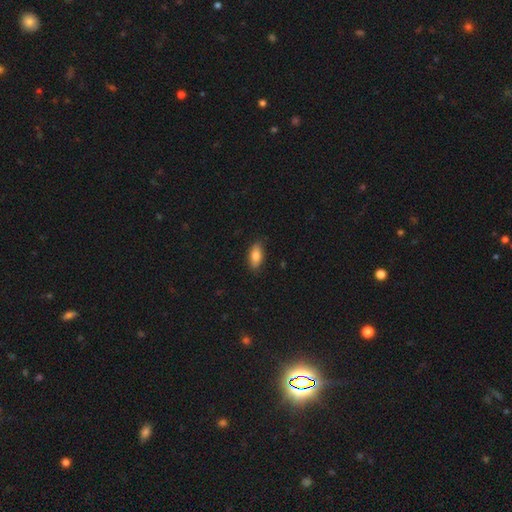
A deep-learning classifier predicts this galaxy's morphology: A smooth galaxy with no disk features (84%) that is in between round and cigar-shaped (85%). Merging: none (87%).